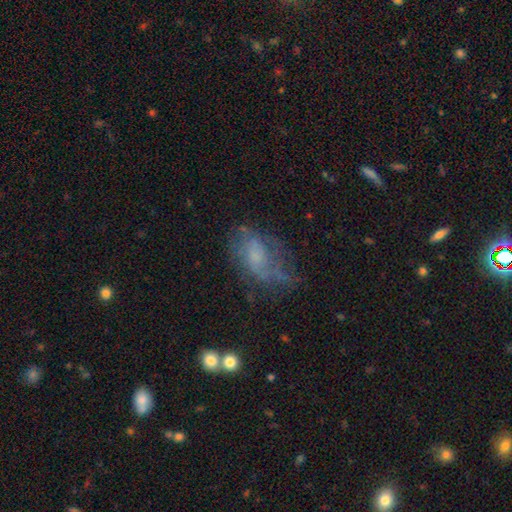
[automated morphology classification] Smooth or featured?
  - featured or disk: 50% *
  - smooth: 37%
  - star or artifact: 13%
Edge-on disk?
  - no: 95% *
  - yes: 5%
Merging?
  - none: 42% *
  - major disturbance: 27%
  - minor disturbance: 27%
  - merger: 3%